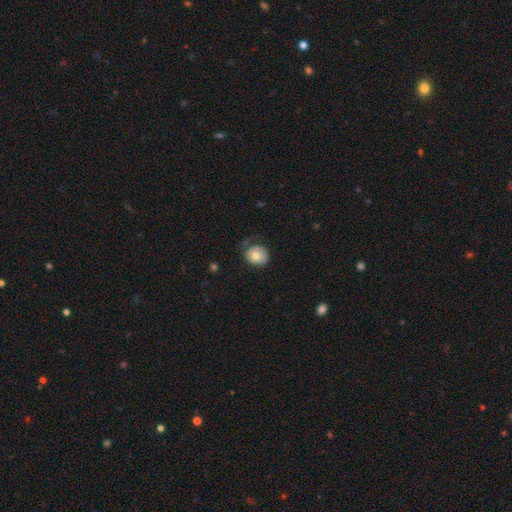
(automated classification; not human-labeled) A smooth galaxy with no disk features (70%) that is round (80%).

Vote fractions:
- Smooth or featured? smooth: 70% / featured or disk: 22% / star or artifact: 8%
- How rounded? round: 80% / in between: 19% / cigar-shaped: 1%
- Merging? none: 66% / minor disturbance: 23% / major disturbance: 9% / merger: 2%